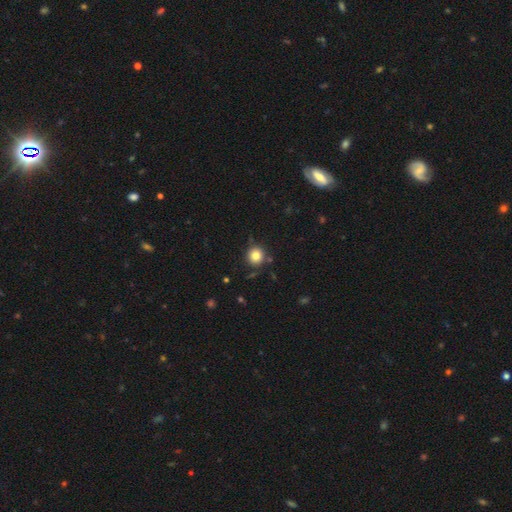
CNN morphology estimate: This appears to be a smooth galaxy with no disk features (81%) that is round (91%). Merging: none (84%).